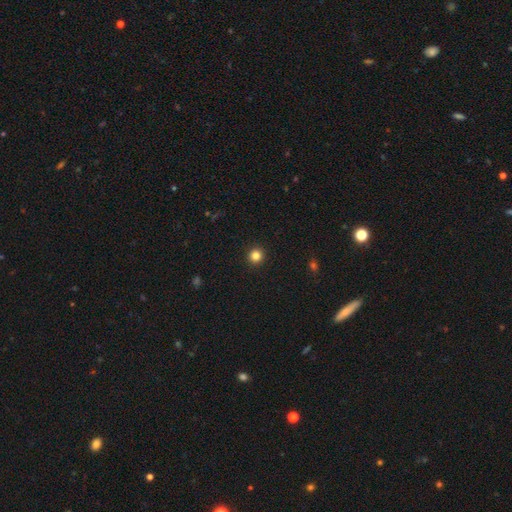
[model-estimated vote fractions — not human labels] The model was most divided on "smooth or featured": smooth: 83%, star or artifact: 13%, featured or disk: 4%. More confident: how rounded — round (95%); merging — none (94%).